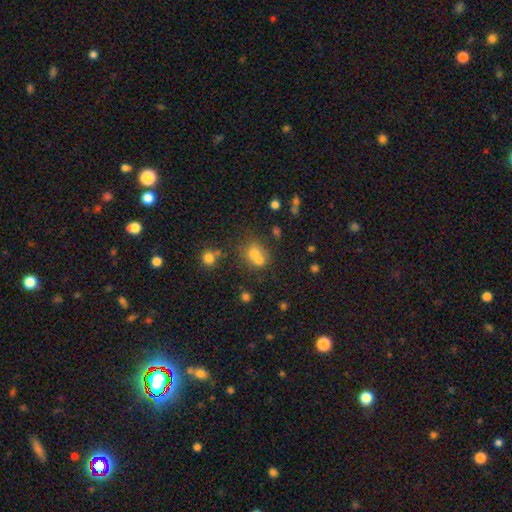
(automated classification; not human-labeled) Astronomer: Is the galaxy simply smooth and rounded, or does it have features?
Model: smooth — 67%.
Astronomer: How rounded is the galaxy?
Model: round — 71%.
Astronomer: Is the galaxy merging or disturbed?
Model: merger — 57% (runner-up: none, 32%).